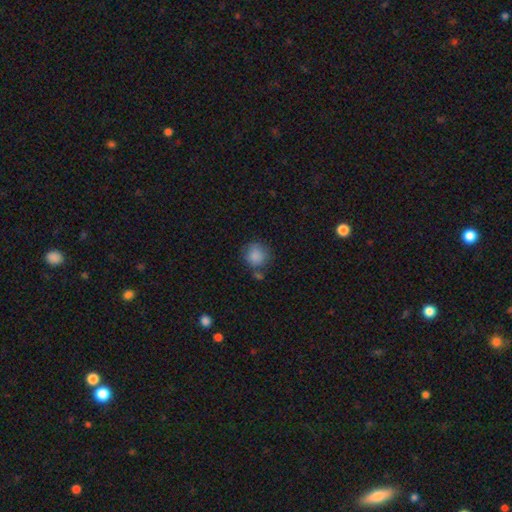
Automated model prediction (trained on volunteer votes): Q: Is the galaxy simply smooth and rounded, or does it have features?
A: smooth — 86%.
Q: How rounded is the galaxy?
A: round — 87%.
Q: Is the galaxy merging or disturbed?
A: none — 66%.